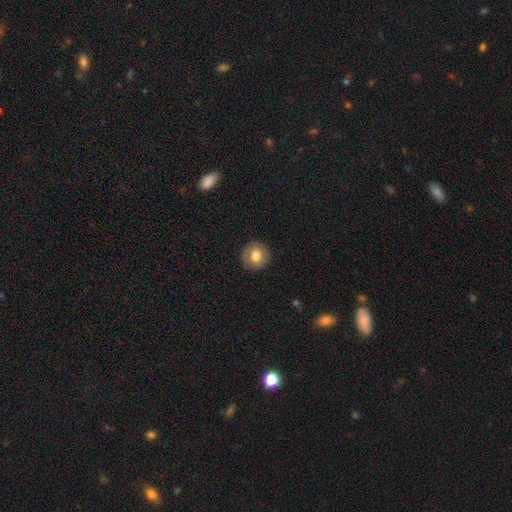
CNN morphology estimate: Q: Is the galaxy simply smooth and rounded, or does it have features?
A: smooth — 75%.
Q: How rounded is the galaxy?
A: round — 91%.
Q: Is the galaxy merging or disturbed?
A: none — 90%.